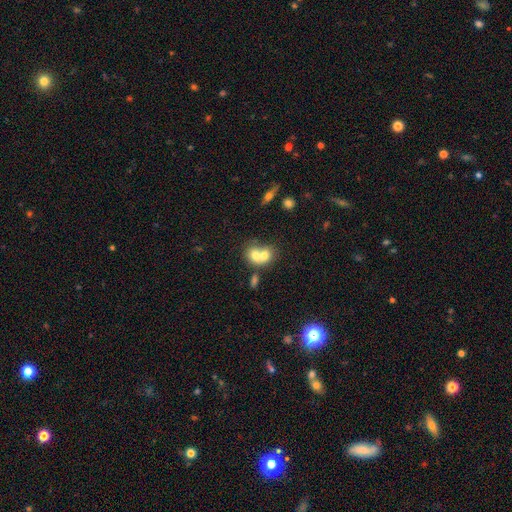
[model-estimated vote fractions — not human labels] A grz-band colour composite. It shows a smooth galaxy with no disk features (66%) that is round (54%). Merging: merger (73%).